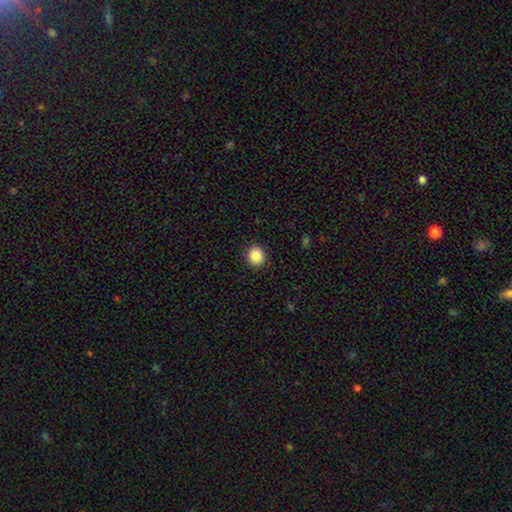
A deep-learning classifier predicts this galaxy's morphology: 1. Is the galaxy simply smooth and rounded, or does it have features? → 88% smooth, 9% star or artifact, 3% featured or disk.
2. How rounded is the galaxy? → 83% round, 16% in between, 1% cigar-shaped.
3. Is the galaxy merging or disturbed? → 90% none, 7% minor disturbance, 2% major disturbance, 1% merger.